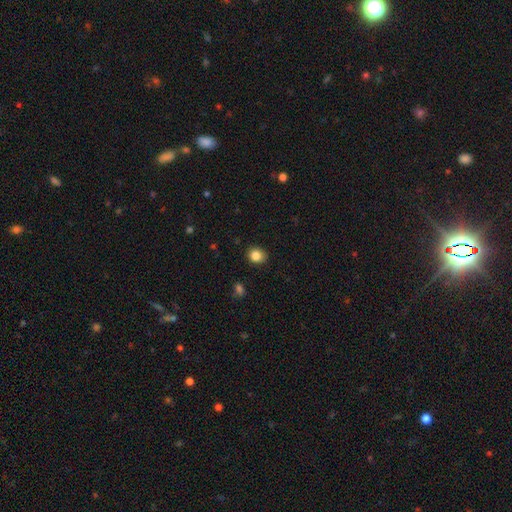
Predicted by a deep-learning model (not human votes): This is clearly a smooth galaxy (84%). How rounded: likely round (69%). Merging: clearly none (89%).